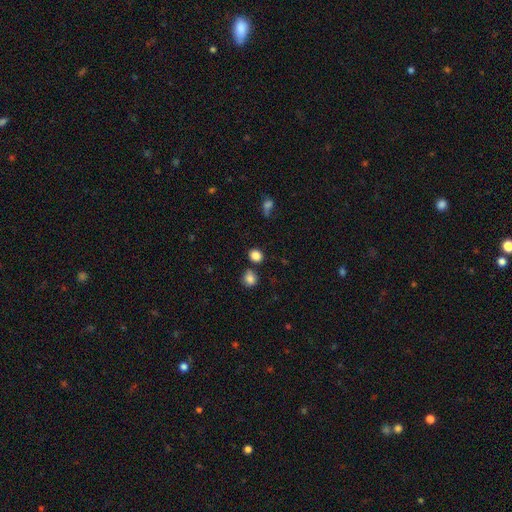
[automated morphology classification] This is clearly a smooth galaxy (84%). How rounded: likely round (73%). Merging: likely none (74%).